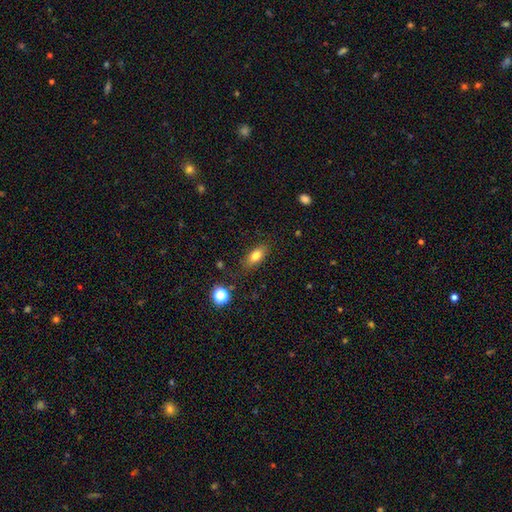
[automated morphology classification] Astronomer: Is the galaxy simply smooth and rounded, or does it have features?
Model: smooth — 78%.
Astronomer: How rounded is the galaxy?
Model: in between — 83%.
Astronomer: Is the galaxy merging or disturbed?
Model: none — 81%.